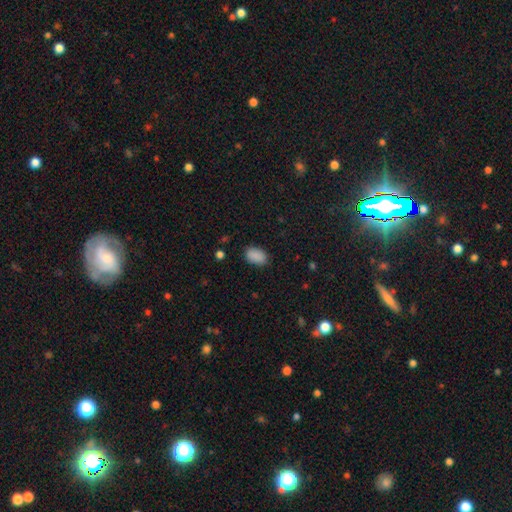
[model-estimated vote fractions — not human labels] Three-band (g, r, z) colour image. It shows a smooth galaxy with no disk features (89%) that is in between round and cigar-shaped (89%). Merging: none (84%).